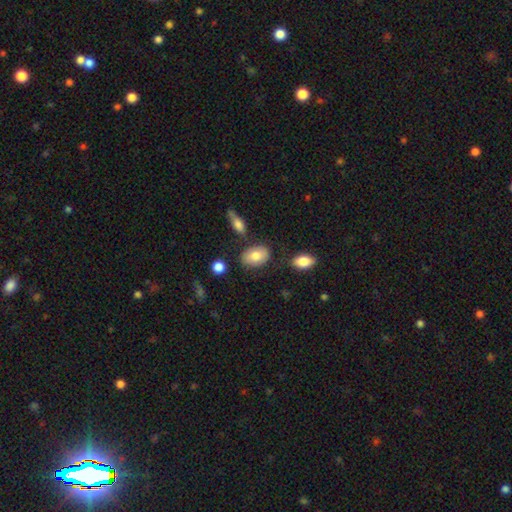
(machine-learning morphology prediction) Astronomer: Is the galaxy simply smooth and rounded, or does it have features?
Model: smooth — 79%.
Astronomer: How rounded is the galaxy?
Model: in between — 87%.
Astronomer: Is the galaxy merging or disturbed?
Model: none — 73%.